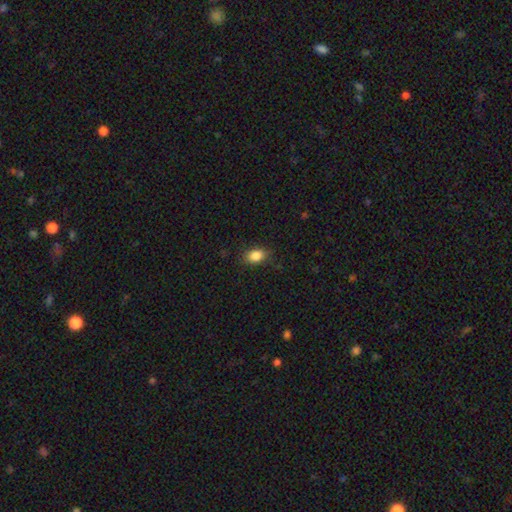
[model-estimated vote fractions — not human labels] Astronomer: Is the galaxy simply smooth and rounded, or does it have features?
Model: smooth — 86%.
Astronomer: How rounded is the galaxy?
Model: in between — 81%.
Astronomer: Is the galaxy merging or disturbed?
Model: none — 83%.